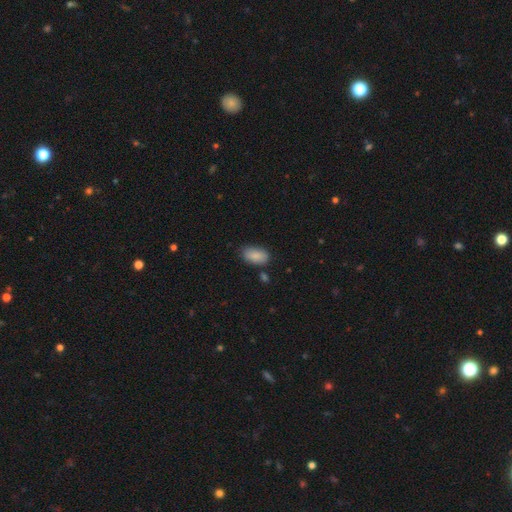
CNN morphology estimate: Smooth or featured?
  - smooth: 88% *
  - star or artifact: 7%
  - featured or disk: 5%
How rounded?
  - in between: 93% *
  - round: 4%
  - cigar-shaped: 3%
Merging?
  - none: 76% *
  - minor disturbance: 17%
  - major disturbance: 4%
  - merger: 3%